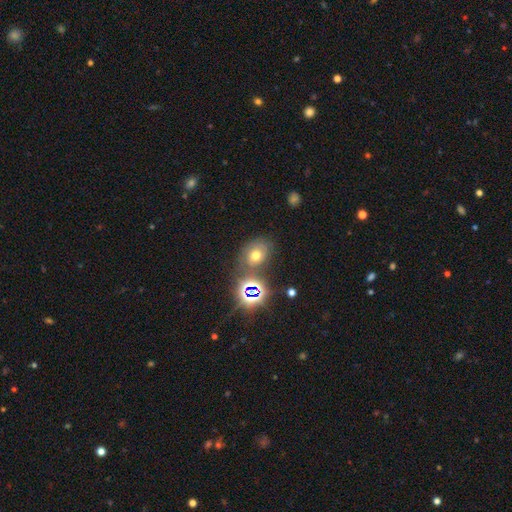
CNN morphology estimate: The model was most divided on "smooth or featured": smooth: 46%, star or artifact: 32%, featured or disk: 22%. More confident: merging — none (66%).